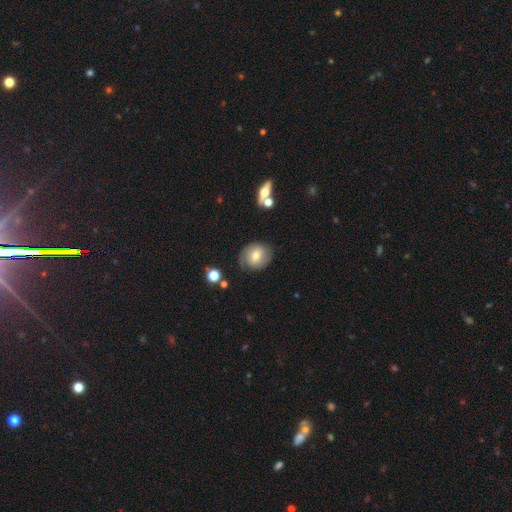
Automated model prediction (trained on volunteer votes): Morphology: type=smooth (56%); roundness=round (69%); merging=none (77%).